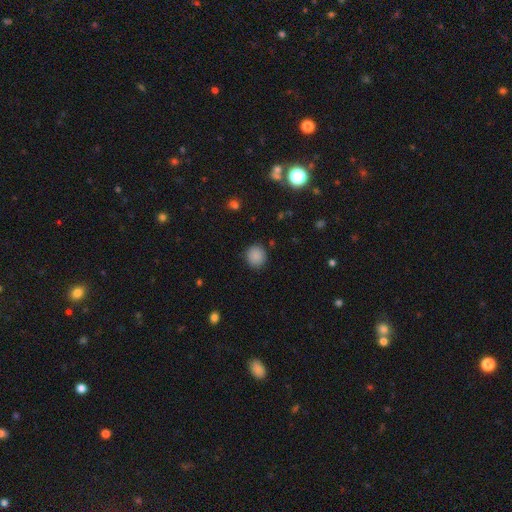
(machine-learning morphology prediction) A smooth galaxy with no disk features (88%) that is round (88%). Merging: none (88%).